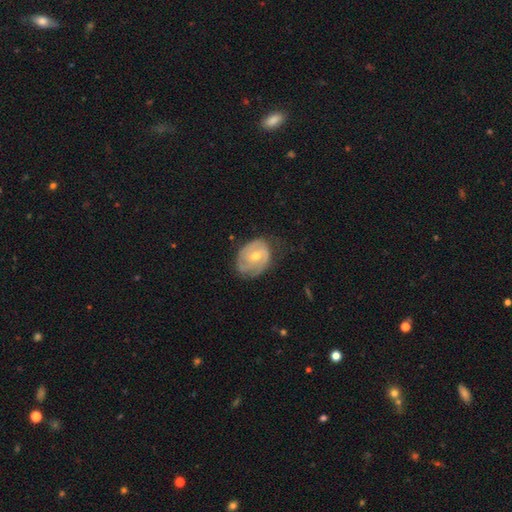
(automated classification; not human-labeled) Smooth or featured?
  - featured or disk: 72% *
  - smooth: 22%
  - star or artifact: 6%
Edge-on disk?
  - no: 96% *
  - yes: 4%
Bar?
  - no: 64% *
  - weak: 29%
  - strong: 7%
Spiral arms?
  - yes: 83% *
  - no: 17%
Spiral winding?
  - tight: 60% *
  - medium: 29%
  - loose: 11%
Spiral arm count?
  - 2: 39% *
  - can't tell: 33%
  - 3: 14%
  - 1: 9%
  - 4: 3%
  - more than 4: 3%
Bulge size?
  - moderate: 64% *
  - small: 32%
  - large: 2%
  - none: 1%
  - dominant: 1%
Merging?
  - none: 60% *
  - minor disturbance: 28%
  - major disturbance: 11%
  - merger: 1%